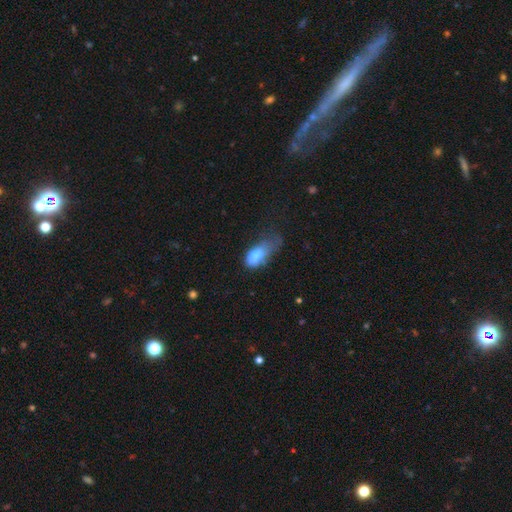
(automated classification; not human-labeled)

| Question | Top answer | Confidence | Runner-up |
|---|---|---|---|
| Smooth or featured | smooth | 76% | featured or disk (16%) |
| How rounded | in between | 86% | cigar-shaped (9%) |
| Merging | major disturbance | 44% | minor disturbance (33%) |